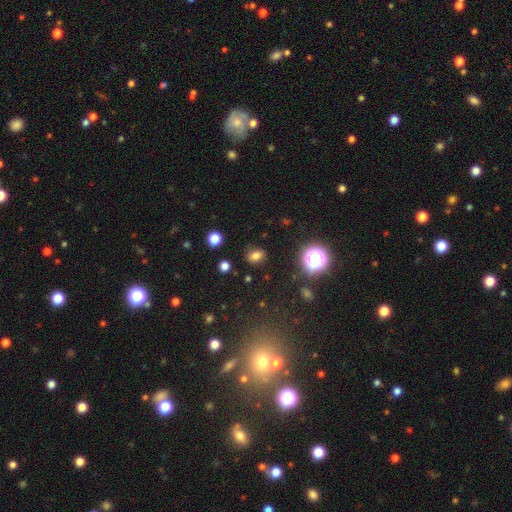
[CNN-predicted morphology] The model was most divided on "how rounded": in between: 68%, round: 30%, cigar-shaped: 2%. More confident: merging — none (83%); smooth or featured — smooth (75%).